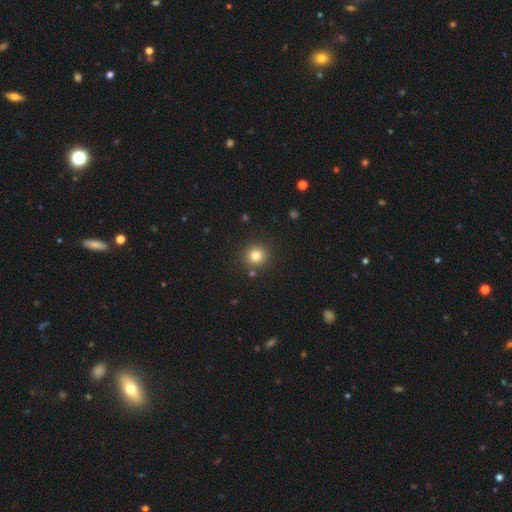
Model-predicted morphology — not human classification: smooth_or_featured: smooth (p=0.80) [alt: star or artifact p=0.13]
how_rounded: round (p=0.93) [alt: in between p=0.07]
merging: none (p=0.87) [alt: minor disturbance p=0.06]